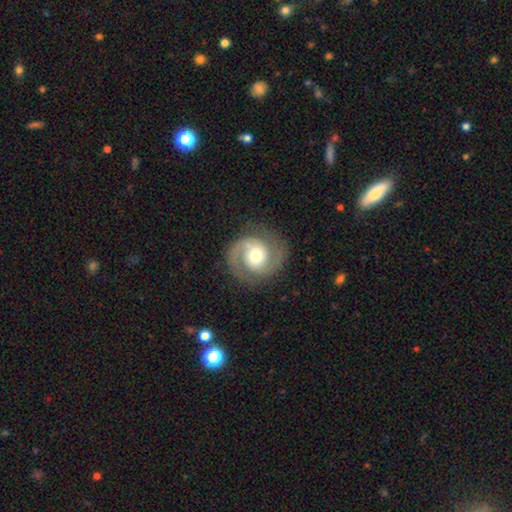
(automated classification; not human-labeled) Smooth or featured: featured or disk — 85% (smooth — 10%)
Edge-on disk: no — 98% (yes — 2%)
Bar: no — 63% (weak — 29%)
Spiral arms: yes — 96% (no — 4%)
Spiral winding: medium — 49% (tight — 40%)
Spiral arm count: 2 — 90% (can't tell — 3%)
Bulge size: moderate — 67% (small — 16%)
Merging: none — 82% (minor disturbance — 11%)